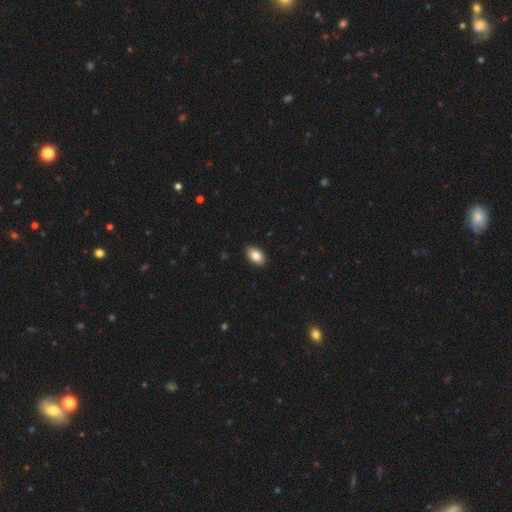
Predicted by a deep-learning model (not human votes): smooth 83%, featured or disk 9%, star or artifact 8%. Down the decision tree: how rounded — in between (91%); merging — none (91%).